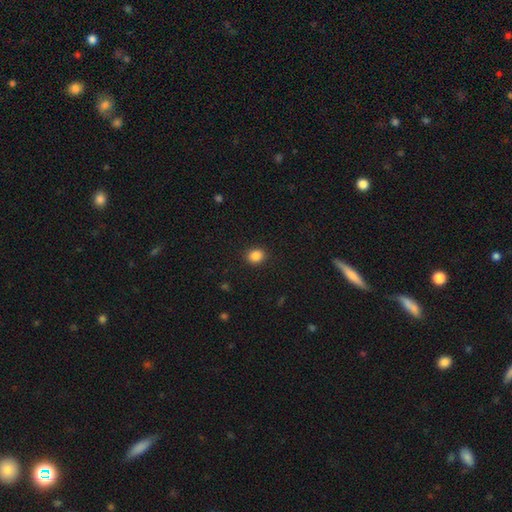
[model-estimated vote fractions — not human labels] smooth 86%, star or artifact 10%, featured or disk 4%. Down the decision tree: how rounded — round (70%); merging — none (91%).